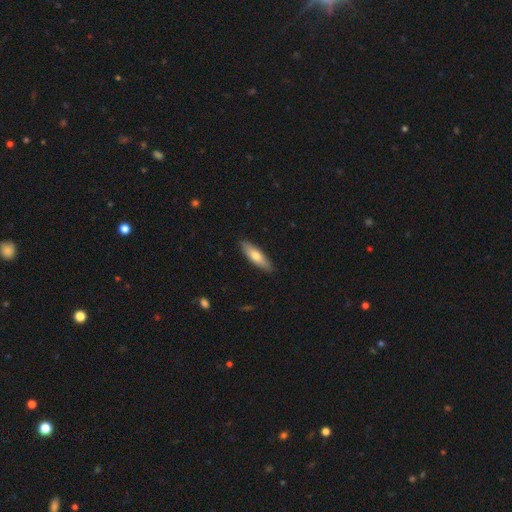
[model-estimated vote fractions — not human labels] A smooth galaxy with no disk features (69%) that is cigar-shaped (59%). Merging: none (89%).